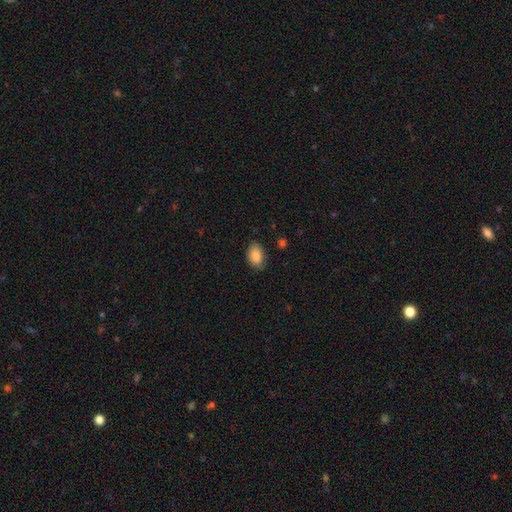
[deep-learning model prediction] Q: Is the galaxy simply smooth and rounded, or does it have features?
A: smooth — 88%.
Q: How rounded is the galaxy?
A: in between — 89%.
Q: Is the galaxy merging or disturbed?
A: none — 72%.